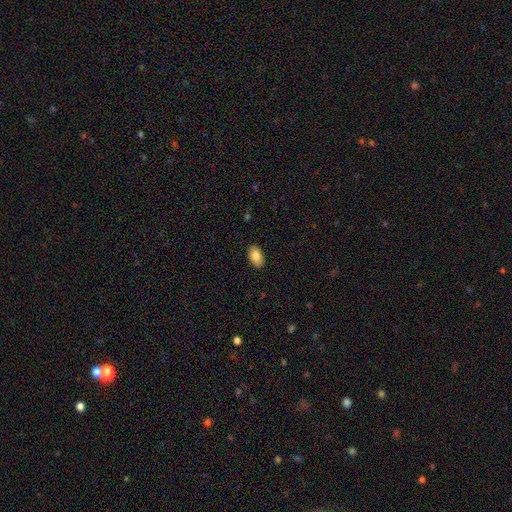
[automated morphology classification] This is clearly a smooth galaxy (84%). How rounded: clearly in between (93%). Merging: clearly none (89%).